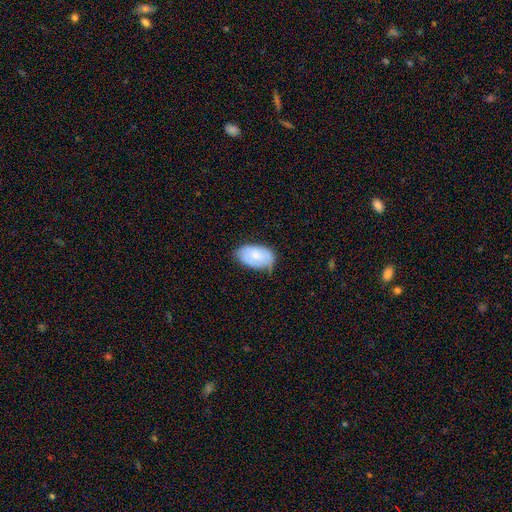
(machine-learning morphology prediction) Smooth or featured: smooth — 70% (featured or disk — 23%)
How rounded: in between — 94% (round — 5%)
Merging: none — 59% (minor disturbance — 33%)